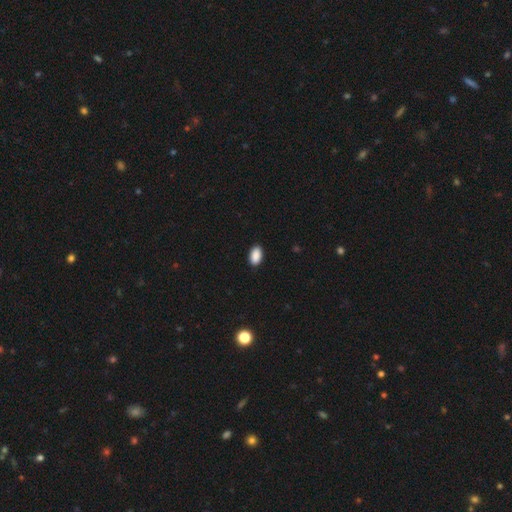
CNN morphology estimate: smooth 90%, star or artifact 7%, featured or disk 3%. Down the decision tree: how rounded — in between (94%); merging — none (89%).